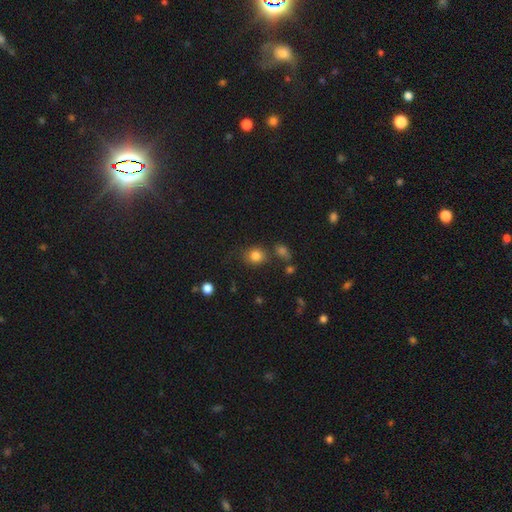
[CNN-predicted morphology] Smooth or featured? smooth (82%)
How rounded? round (75%)
Merging? none (71%)